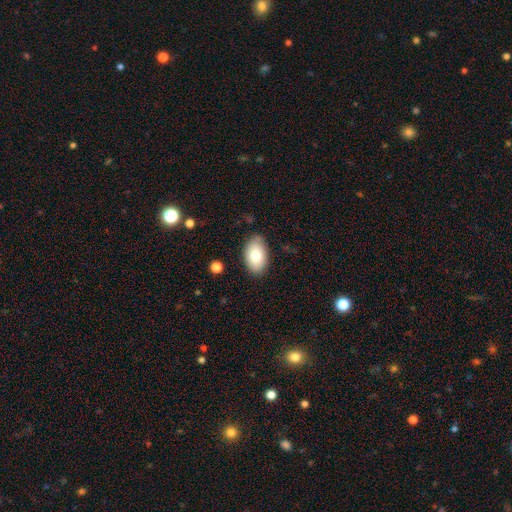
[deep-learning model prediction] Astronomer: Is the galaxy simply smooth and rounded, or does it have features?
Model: smooth — 80%.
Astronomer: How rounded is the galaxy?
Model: in between — 93%.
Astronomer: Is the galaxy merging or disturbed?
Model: none — 83%.